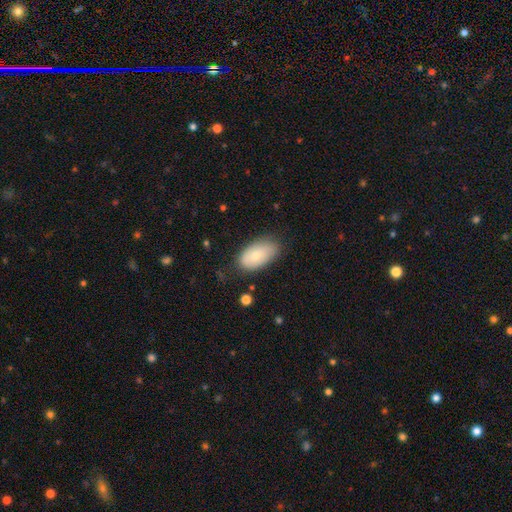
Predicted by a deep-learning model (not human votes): A smooth galaxy with no disk features (73%) that is in between round and cigar-shaped (94%).

Vote fractions:
- Smooth or featured? smooth: 73% / featured or disk: 20% / star or artifact: 7%
- How rounded? in between: 94% / round: 5% / cigar-shaped: 2%
- Merging? none: 71% / minor disturbance: 22% / major disturbance: 5% / merger: 2%